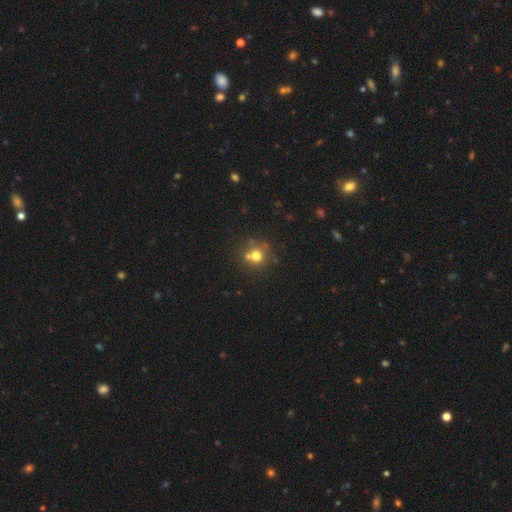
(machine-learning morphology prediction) A smooth galaxy with no disk features (69%) that is round (85%). Merging: none (58%).